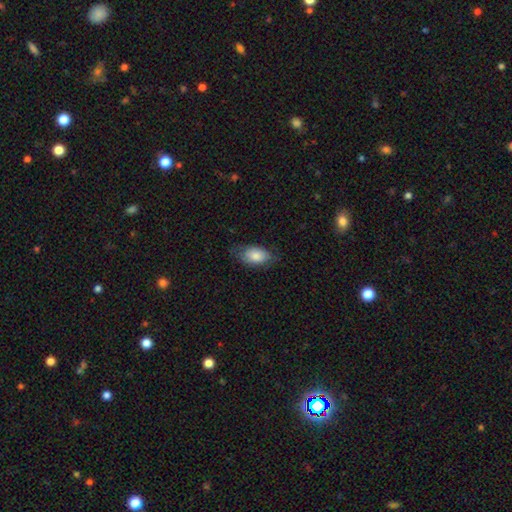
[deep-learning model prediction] Smooth or featured: smooth — 79% (featured or disk — 14%)
How rounded: in between — 91% (round — 7%)
Merging: none — 65% (minor disturbance — 26%)